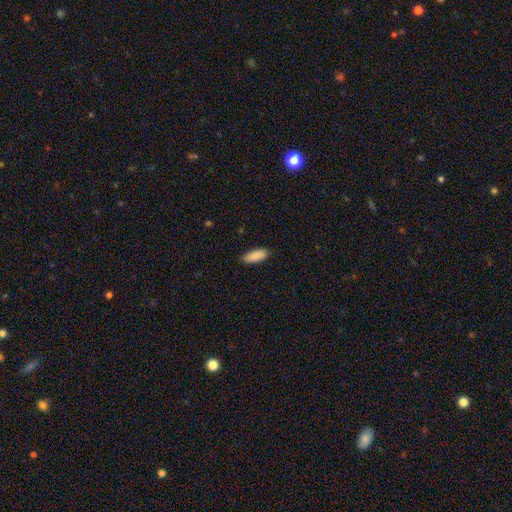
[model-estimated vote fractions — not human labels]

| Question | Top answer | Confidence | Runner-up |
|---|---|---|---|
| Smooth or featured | smooth | 90% | star or artifact (6%) |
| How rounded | in between | 74% | cigar-shaped (24%) |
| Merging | none | 89% | minor disturbance (8%) |